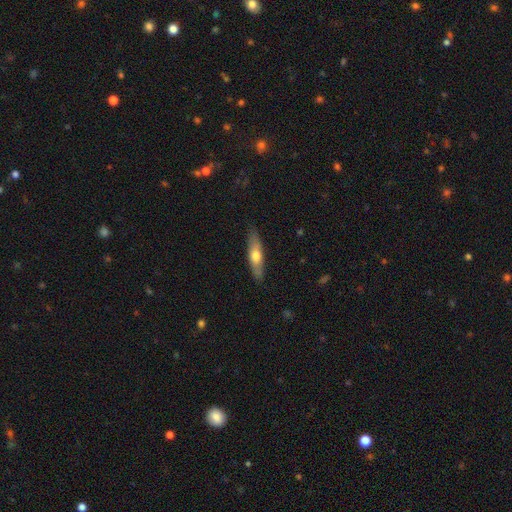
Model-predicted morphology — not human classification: Q: Smooth or featured?
A: smooth (56%); runner-up: featured or disk (38%)
Q: How rounded?
A: cigar-shaped (70%); runner-up: in between (28%)
Q: Merging?
A: none (85%); runner-up: minor disturbance (11%)